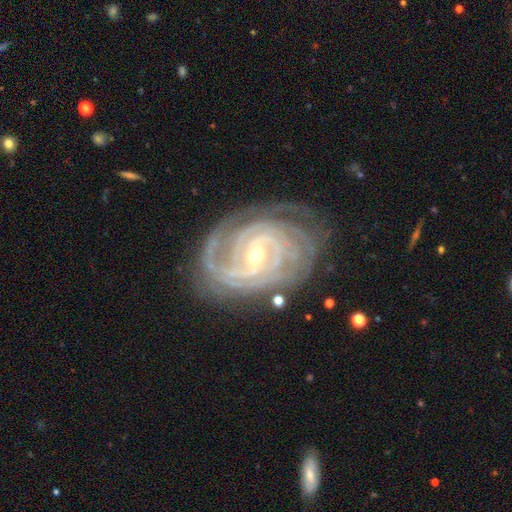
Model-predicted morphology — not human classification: Q: Smooth or featured?
A: featured or disk (92%); runner-up: star or artifact (5%)
Q: Edge-on disk?
A: no (97%); runner-up: yes (3%)
Q: Bar?
A: weak (47%); runner-up: strong (31%)
Q: Spiral arms?
A: yes (99%); runner-up: no (1%)
Q: Spiral winding?
A: tight (80%); runner-up: medium (18%)
Q: Spiral arm count?
A: 4 (26%); tied with: 3 (26%)
Q: Bulge size?
A: small (58%); runner-up: moderate (39%)
Q: Merging?
A: none (76%); runner-up: minor disturbance (17%)